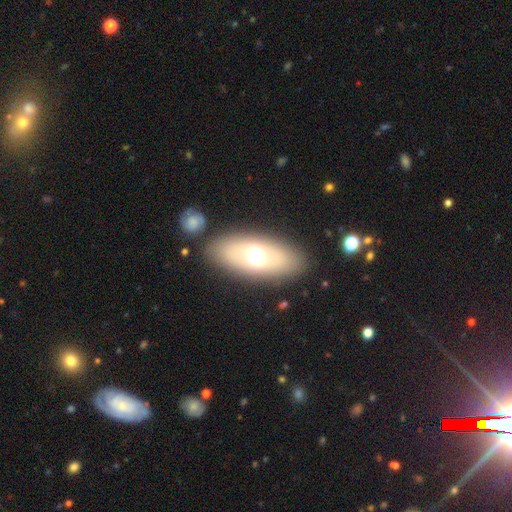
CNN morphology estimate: A smooth galaxy with no disk features (58%) that is in between round and cigar-shaped (82%). Merging: none (83%).